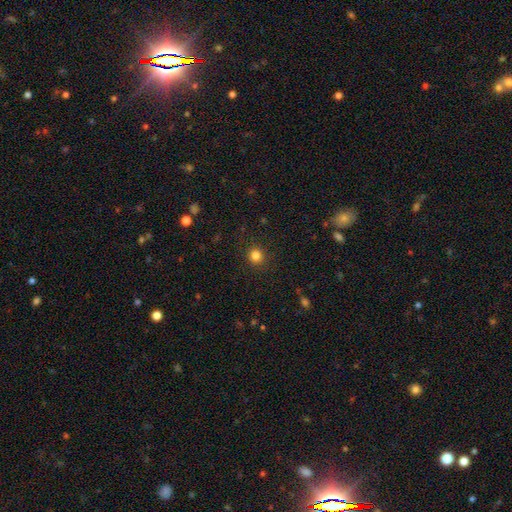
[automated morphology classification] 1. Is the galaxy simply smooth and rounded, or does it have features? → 83% smooth, 13% star or artifact, 4% featured or disk.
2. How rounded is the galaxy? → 92% round, 7% in between, 1% cigar-shaped.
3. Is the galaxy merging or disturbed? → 90% none, 6% minor disturbance, 2% major disturbance, 1% merger.